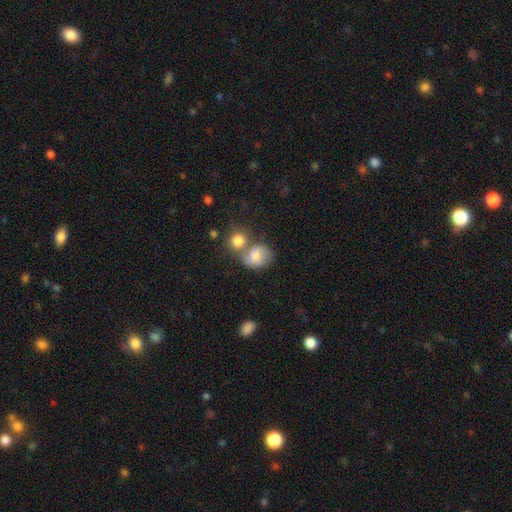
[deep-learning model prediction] smooth-or-featured: smooth: 71% | featured or disk: 20% | star or artifact: 9%
  how-rounded: round: 57% | in between: 42% | cigar-shaped: 1%
  merging: merger: 47% | none: 29% | minor disturbance: 15% | major disturbance: 9%